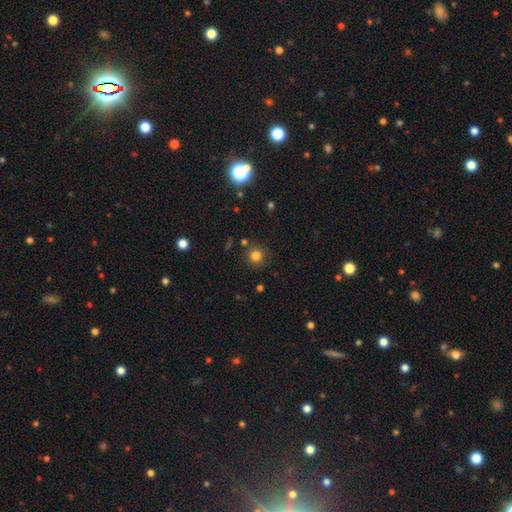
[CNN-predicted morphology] A smooth galaxy with no disk features (80%) that is round (93%).

Vote fractions:
- Smooth or featured? smooth: 80% / star or artifact: 14% / featured or disk: 6%
- How rounded? round: 93% / in between: 6% / cigar-shaped: 1%
- Merging? none: 85% / minor disturbance: 8% / merger: 4% / major disturbance: 3%